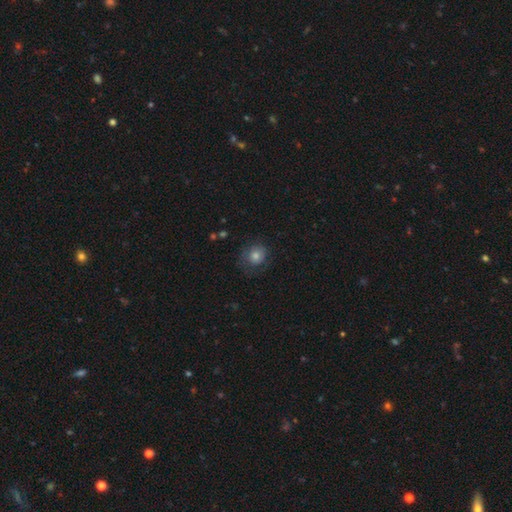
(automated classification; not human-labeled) A smooth galaxy with no disk features (65%) that is round (82%).

Vote fractions:
- Smooth or featured? smooth: 65% / featured or disk: 22% / star or artifact: 12%
- How rounded? round: 82% / in between: 17% / cigar-shaped: 1%
- Merging? none: 69% / minor disturbance: 18% / major disturbance: 12% / merger: 1%